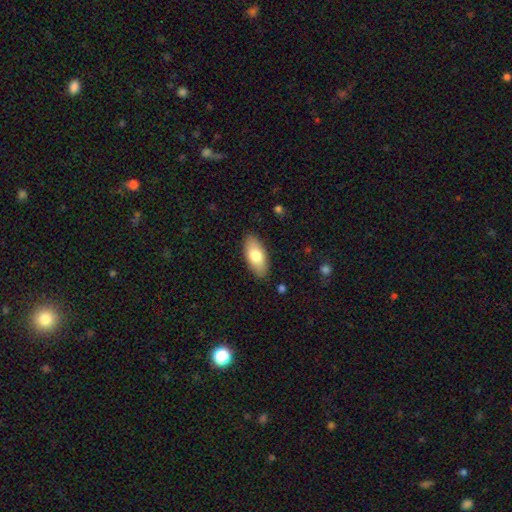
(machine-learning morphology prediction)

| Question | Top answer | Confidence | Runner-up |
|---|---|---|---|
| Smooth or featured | smooth | 74% | featured or disk (20%) |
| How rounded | in between | 89% | cigar-shaped (8%) |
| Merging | none | 87% | minor disturbance (9%) |